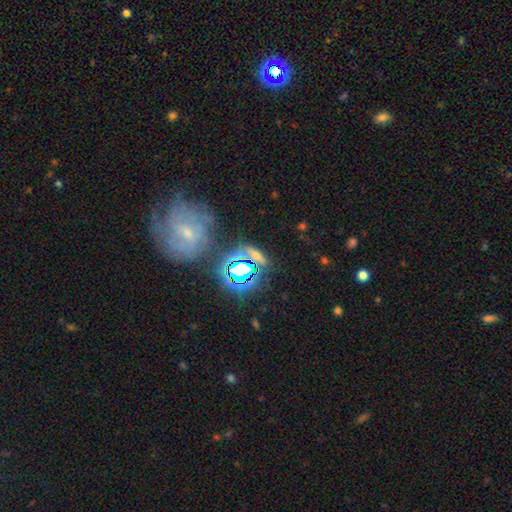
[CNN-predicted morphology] The model was most divided on "smooth or featured": star or artifact: 50%, smooth: 35%, featured or disk: 15%.